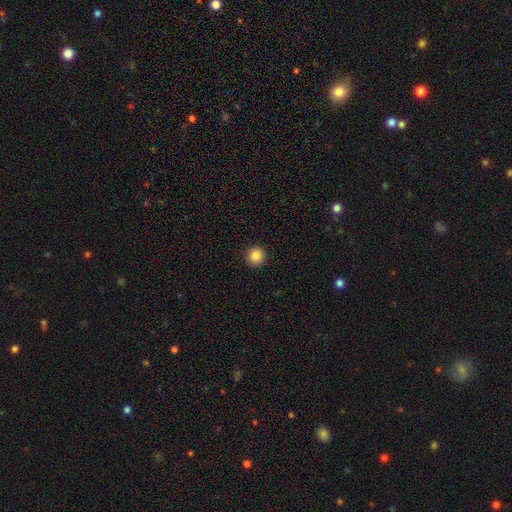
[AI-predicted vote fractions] A smooth galaxy with no disk features (86%) that is round (96%). Merging: none (93%).